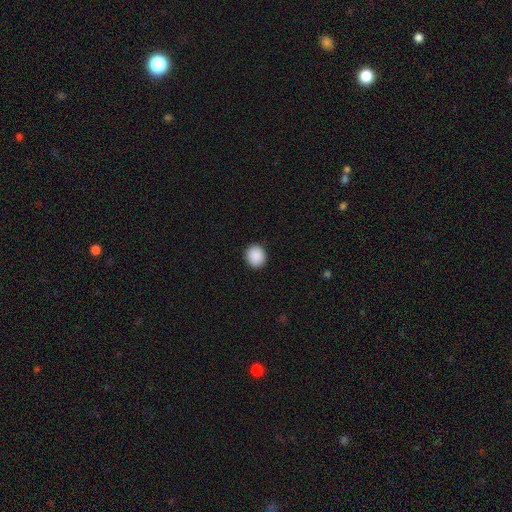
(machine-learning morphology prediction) This is clearly a smooth galaxy (90%). How rounded: likely round (79%). Merging: clearly none (91%).